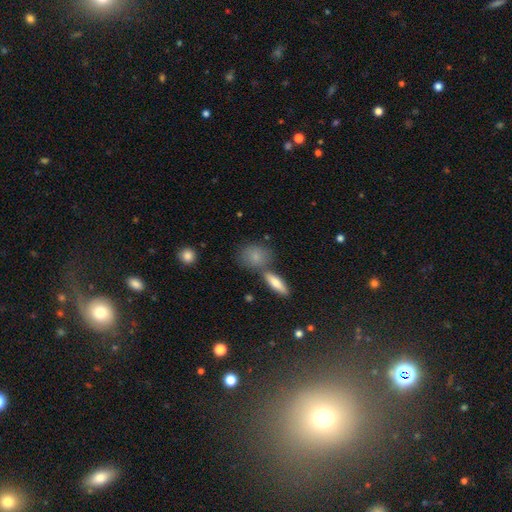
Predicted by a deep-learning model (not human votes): Smooth or featured?
  - smooth: 81% *
  - featured or disk: 12%
  - star or artifact: 8%
How rounded?
  - round: 50% *
  - in between: 45%
  - cigar-shaped: 5%
Merging?
  - none: 58% *
  - merger: 22%
  - minor disturbance: 15%
  - major disturbance: 5%